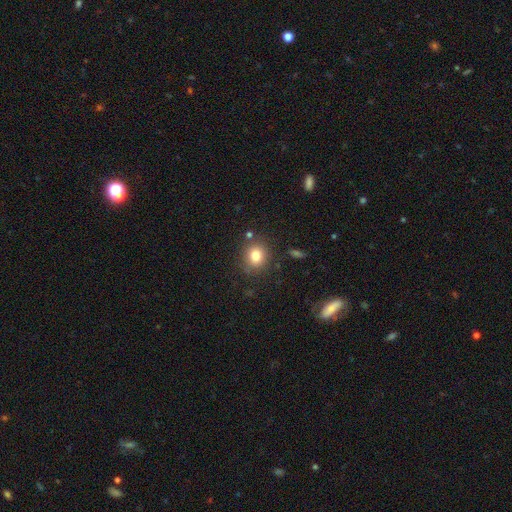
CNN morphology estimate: A smooth galaxy with no disk features (81%) that is round (75%).

Vote fractions:
- Smooth or featured? smooth: 81% / star or artifact: 11% / featured or disk: 8%
- How rounded? round: 75% / in between: 24% / cigar-shaped: 1%
- Merging? none: 82% / minor disturbance: 11% / merger: 4% / major disturbance: 3%